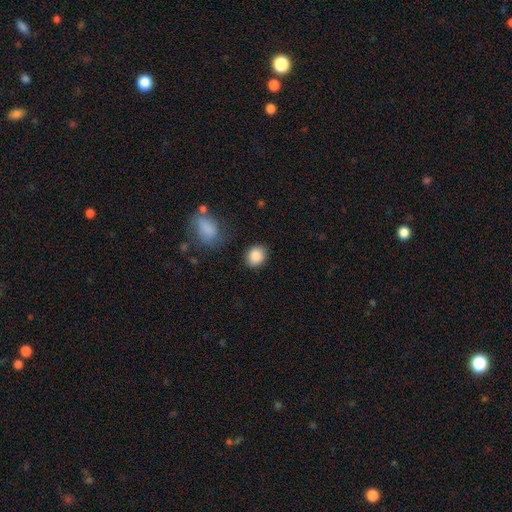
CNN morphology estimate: smooth 87%, star or artifact 8%, featured or disk 5%. Down the decision tree: how rounded — round (60%); merging — none (83%).